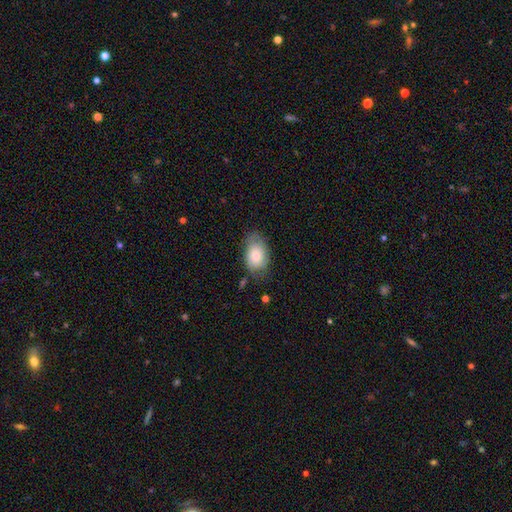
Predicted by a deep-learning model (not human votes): smooth-or-featured: smooth: 74% | featured or disk: 19% | star or artifact: 7%
  how-rounded: in between: 87% | round: 12% | cigar-shaped: 1%
  merging: none: 64% | minor disturbance: 26% | major disturbance: 8% | merger: 2%